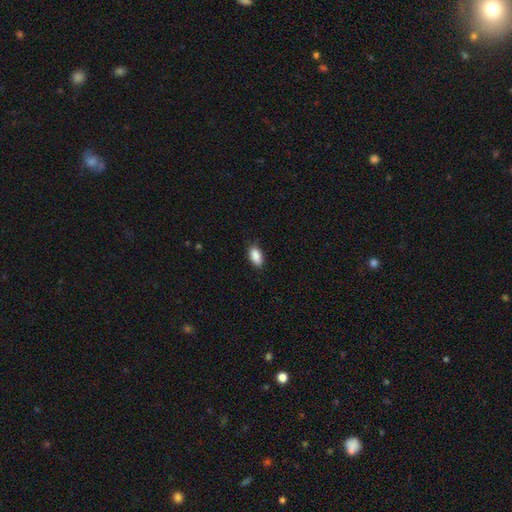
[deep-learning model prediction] Smooth or featured: smooth — 89% (star or artifact — 7%)
How rounded: in between — 92% (cigar-shaped — 5%)
Merging: none — 82% (minor disturbance — 14%)